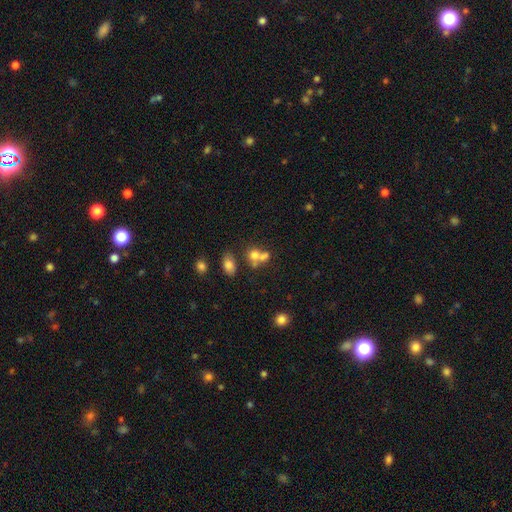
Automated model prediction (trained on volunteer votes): The model was most divided on "how rounded": round: 51%, in between: 47%, cigar-shaped: 2%. More confident: smooth or featured — smooth (65%); merging — merger (54%).